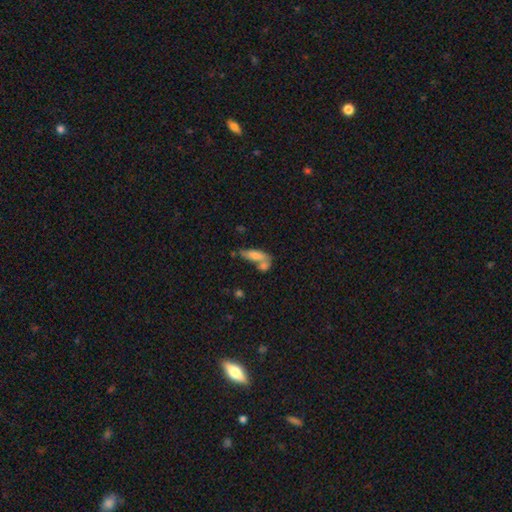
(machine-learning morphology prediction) type=smooth (75%); roundness=in between (65%); merging=merger (46%).